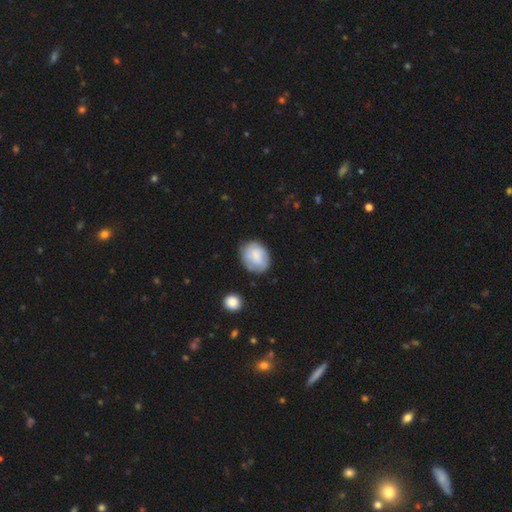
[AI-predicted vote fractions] Morphology: type=smooth (71%); roundness=in between (58%); merging=none (69%).